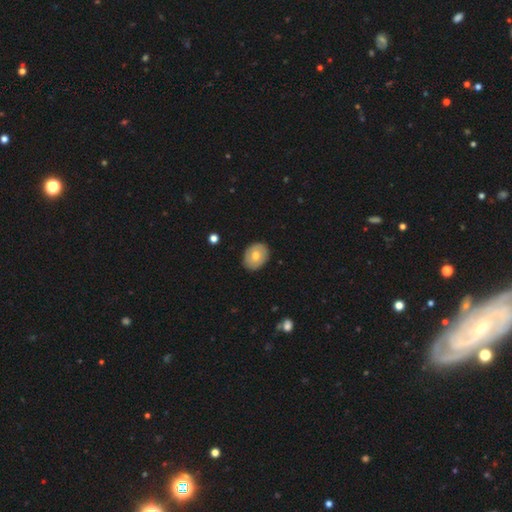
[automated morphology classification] Smooth or featured? smooth (63%)
How rounded? in between (56%)
Merging? none (86%)